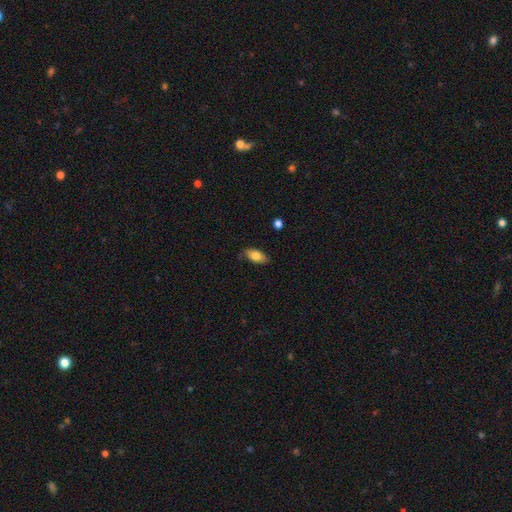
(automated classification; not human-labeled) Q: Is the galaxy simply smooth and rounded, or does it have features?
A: smooth — 79%.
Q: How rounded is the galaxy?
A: in between — 88%.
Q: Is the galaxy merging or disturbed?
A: none — 80%.